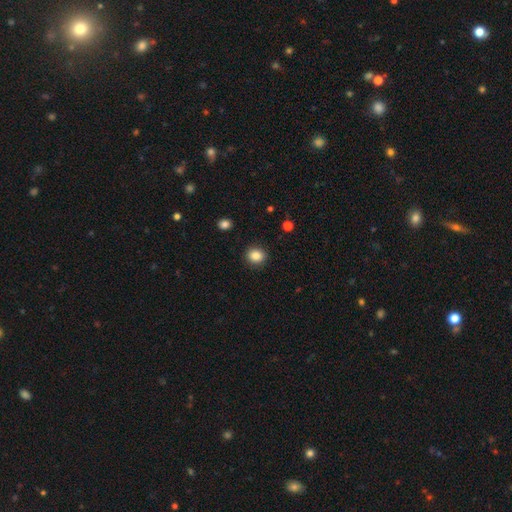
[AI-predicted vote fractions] A smooth galaxy with no disk features (85%) that is round (81%). Merging: none (91%).